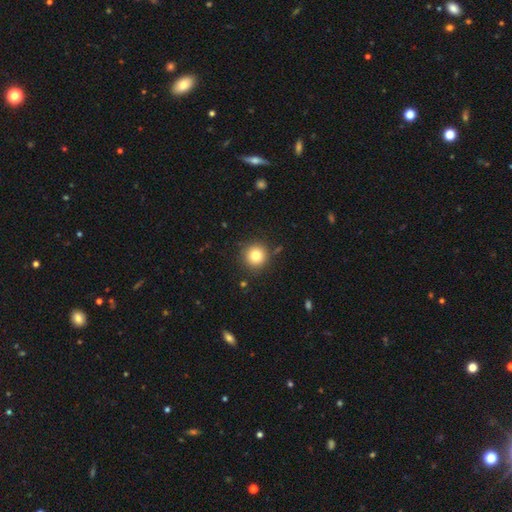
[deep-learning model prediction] The model was most divided on "smooth or featured": smooth: 81%, star or artifact: 11%, featured or disk: 8%. More confident: how rounded — round (95%); merging — none (87%).